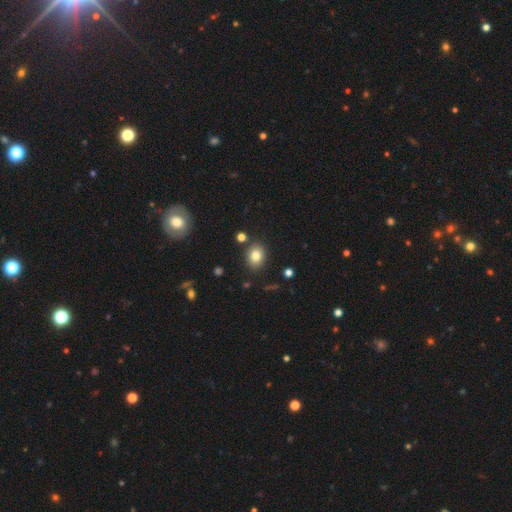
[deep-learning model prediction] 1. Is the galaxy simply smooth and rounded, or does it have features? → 81% smooth, 11% star or artifact, 8% featured or disk.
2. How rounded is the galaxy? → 50% round, 49% in between, 1% cigar-shaped.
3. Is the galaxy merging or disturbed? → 83% none, 10% minor disturbance, 4% merger, 3% major disturbance.